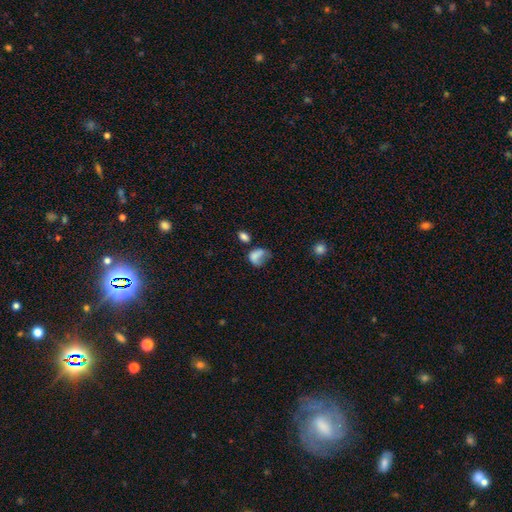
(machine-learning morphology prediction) The model was most divided on "merging": major disturbance: 38%, minor disturbance: 24%, none: 24%, merger: 14%. More confident: how rounded — in between (73%); smooth or featured — smooth (68%).